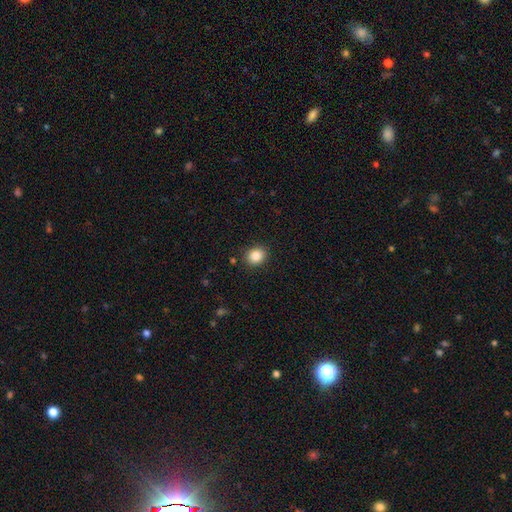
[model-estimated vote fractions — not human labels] smooth-or-featured: smooth: 85% | star or artifact: 10% | featured or disk: 5%
  how-rounded: round: 70% | in between: 29% | cigar-shaped: 1%
  merging: none: 89% | minor disturbance: 8% | major disturbance: 2% | merger: 1%